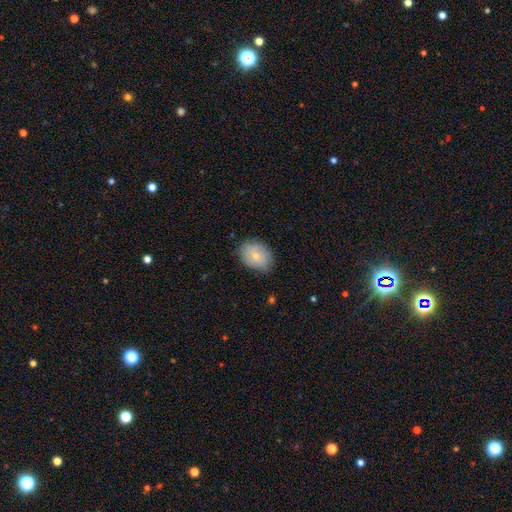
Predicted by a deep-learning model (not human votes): smooth 71%, featured or disk 22%, star or artifact 8%. Down the decision tree: how rounded — in between (68%); merging — none (78%).